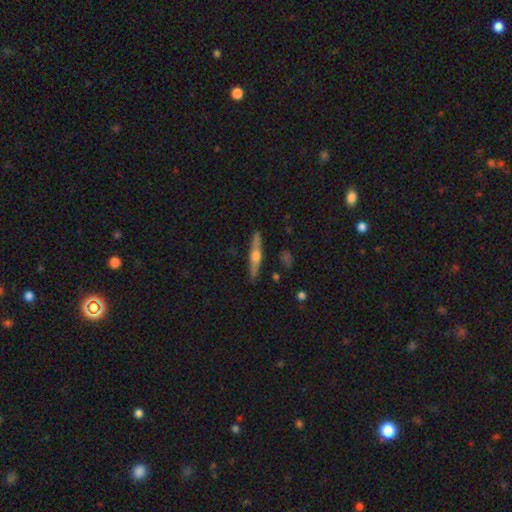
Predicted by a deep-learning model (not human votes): A featured or disk galaxy (66%) viewed edge-on (96%) with a rounded central bulge (92%). Merging: none (89%).